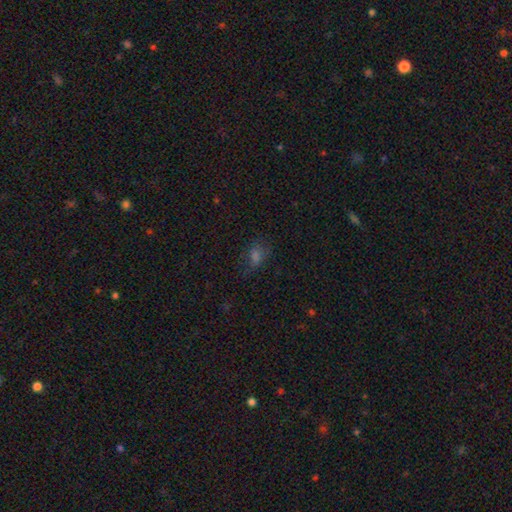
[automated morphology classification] Smooth or featured?
  - smooth: 56% *
  - star or artifact: 28%
  - featured or disk: 16%
How rounded?
  - in between: 69% *
  - round: 28%
  - cigar-shaped: 3%
Merging?
  - none: 64% *
  - minor disturbance: 21%
  - major disturbance: 13%
  - merger: 2%